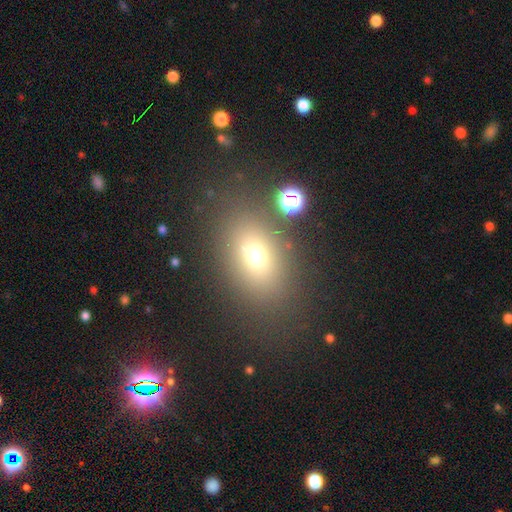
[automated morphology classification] Overall: smooth (68%). How rounded: in between (67%; round 31%). Merging: none (78%).